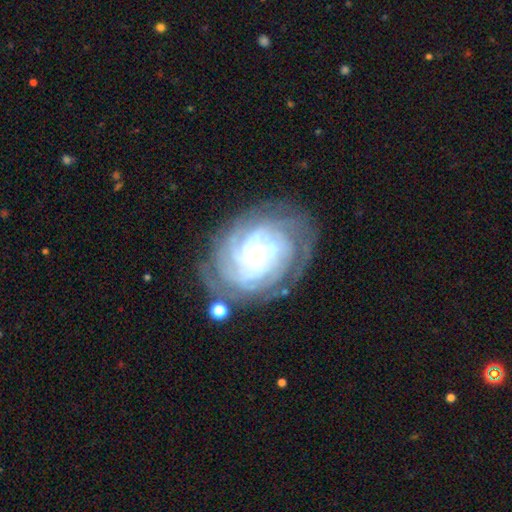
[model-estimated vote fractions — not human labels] smooth-or-featured: featured or disk: 88% | smooth: 7% | star or artifact: 6%
  disk-edge-on: no: 97% | yes: 3%
    bar: no: 74% | weak: 19% | strong: 7%
    has-spiral-arms: yes: 96% | no: 4%
      spiral-winding: tight: 80% | medium: 16% | loose: 4%
      spiral-arm-count: can't tell: 31% | 4: 21% | more than 4: 18% | 3: 15% | 2: 9% | 1: 6%
    bulge-size: small: 50% | moderate: 46% | large: 3% | none: 1% | dominant: 1%
  merging: none: 74% | minor disturbance: 17% | major disturbance: 7% | merger: 2%